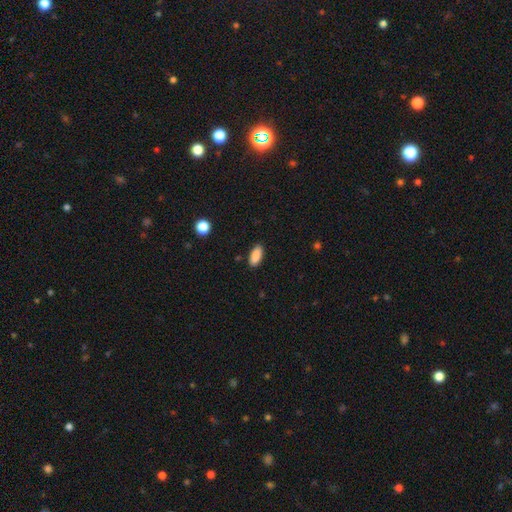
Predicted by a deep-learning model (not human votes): The model was most divided on "how rounded": in between: 87%, cigar-shaped: 11%, round: 2%. More confident: smooth or featured — smooth (89%); merging — none (88%).